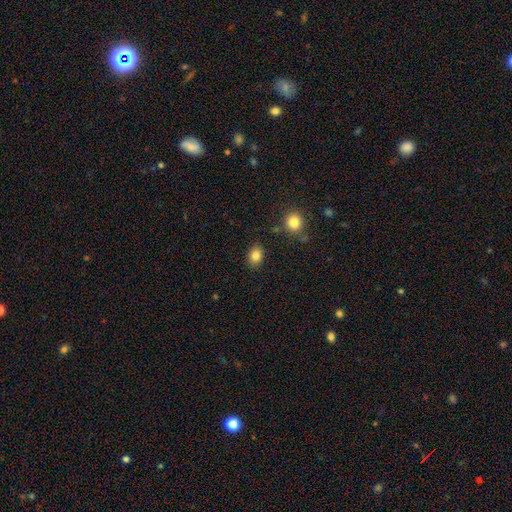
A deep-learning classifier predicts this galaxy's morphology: This appears to be a smooth galaxy with no disk features (84%) that is in between round and cigar-shaped (60%). Merging: none (86%).